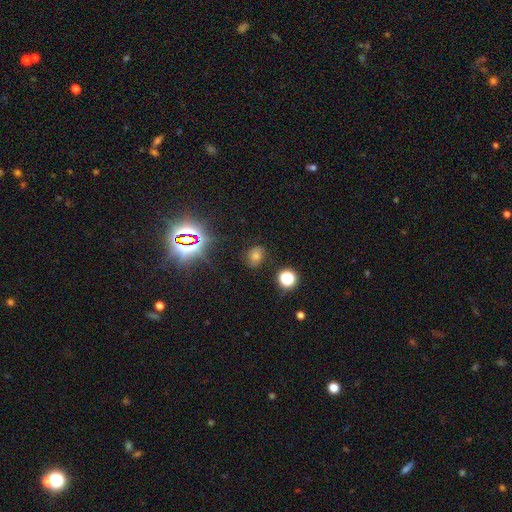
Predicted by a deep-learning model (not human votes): This appears to be a smooth galaxy with no disk features (50%). Merging: none (82%).